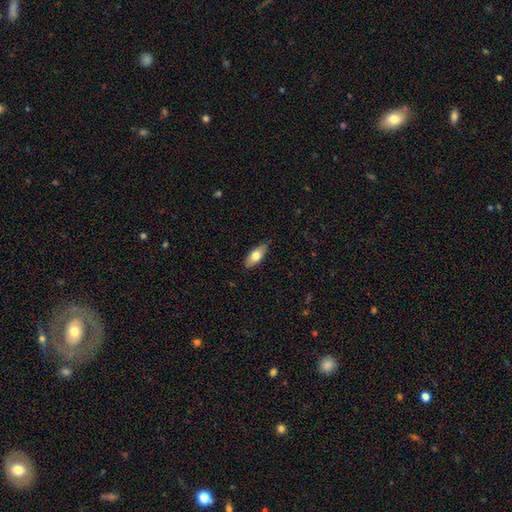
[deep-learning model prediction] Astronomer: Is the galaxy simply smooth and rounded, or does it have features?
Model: smooth — 72%.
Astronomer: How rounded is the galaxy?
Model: in between — 82%.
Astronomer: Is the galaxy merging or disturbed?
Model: none — 82%.